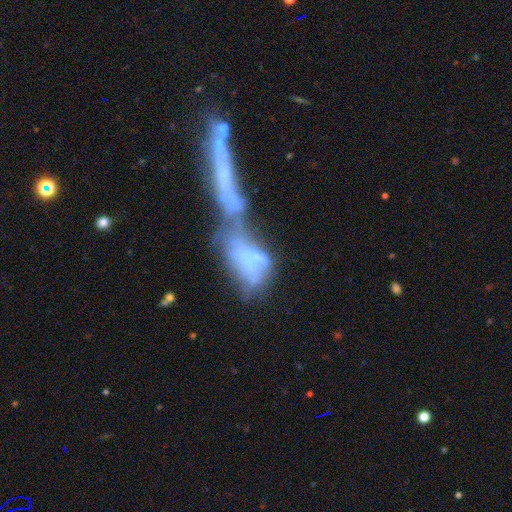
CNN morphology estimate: featured or disk 50%, smooth 36%, star or artifact 14%. Down the decision tree: merging — merger (66%).